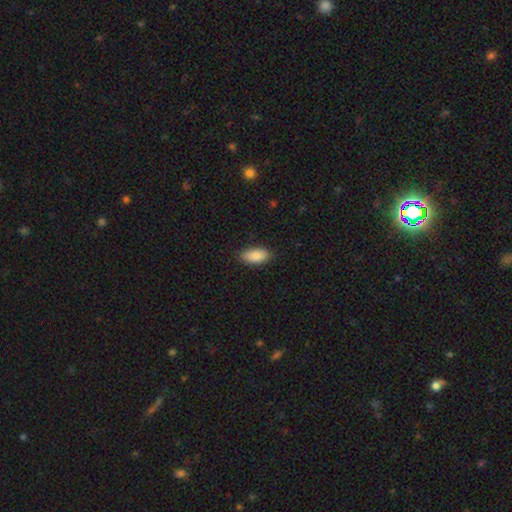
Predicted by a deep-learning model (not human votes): smooth-or-featured: smooth: 88% | star or artifact: 6% | featured or disk: 5%
  how-rounded: in between: 91% | cigar-shaped: 6% | round: 2%
  merging: none: 86% | minor disturbance: 11% | major disturbance: 2% | merger: 1%